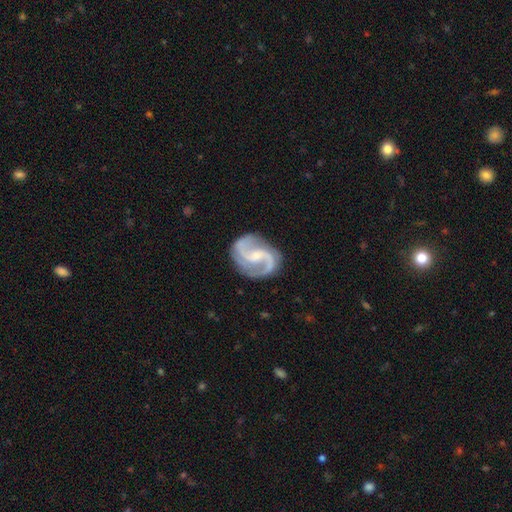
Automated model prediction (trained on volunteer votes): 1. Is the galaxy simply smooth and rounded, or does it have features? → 92% featured or disk, 4% star or artifact, 4% smooth.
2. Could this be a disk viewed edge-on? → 98% no, 2% yes.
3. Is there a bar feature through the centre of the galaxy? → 46% weak, 39% no, 15% strong.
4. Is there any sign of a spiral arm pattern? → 98% yes, 2% no.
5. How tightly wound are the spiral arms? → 59% medium, 25% loose, 16% tight.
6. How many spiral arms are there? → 92% 2, 3% 3, 2% can't tell, 1% 1, 1% 4, 1% more than 4.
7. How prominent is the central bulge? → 59% small, 32% moderate, 6% none, 2% large, 1% dominant.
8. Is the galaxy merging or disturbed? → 81% none, 13% minor disturbance, 4% major disturbance, 1% merger.